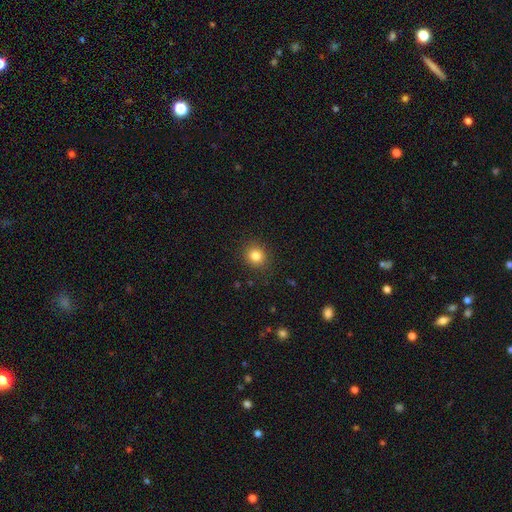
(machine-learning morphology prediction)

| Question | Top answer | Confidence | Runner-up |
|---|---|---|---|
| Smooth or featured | smooth | 82% | star or artifact (12%) |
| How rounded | round | 83% | in between (16%) |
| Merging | none | 89% | minor disturbance (7%) |